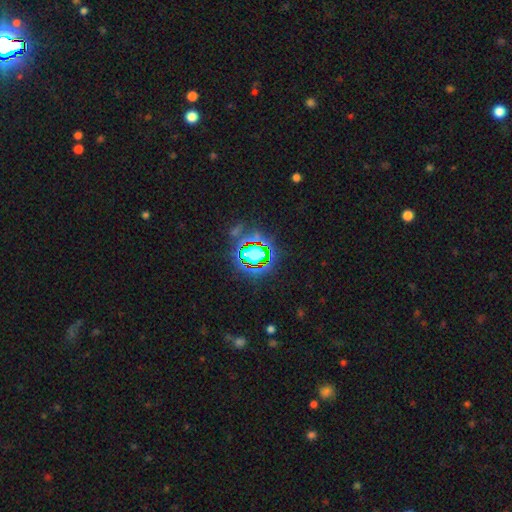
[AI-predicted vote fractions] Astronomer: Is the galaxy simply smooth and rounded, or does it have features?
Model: star or artifact — 76%.